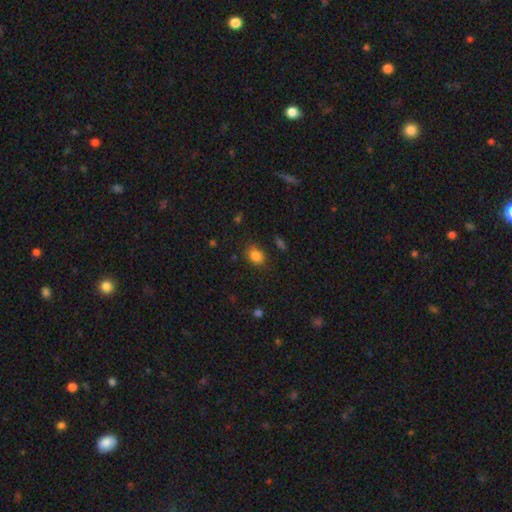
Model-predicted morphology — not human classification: This appears to be a smooth galaxy with no disk features (84%) that is in between round and cigar-shaped (60%). Merging: none (77%).